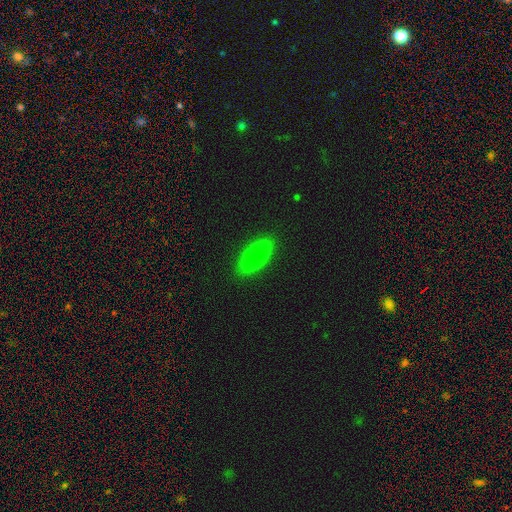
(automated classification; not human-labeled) Smooth or featured?
  - smooth: 77% *
  - featured or disk: 16%
  - star or artifact: 7%
How rounded?
  - cigar-shaped: 50% *
  - in between: 48%
  - round: 2%
Merging?
  - none: 88% *
  - minor disturbance: 9%
  - major disturbance: 2%
  - merger: 1%